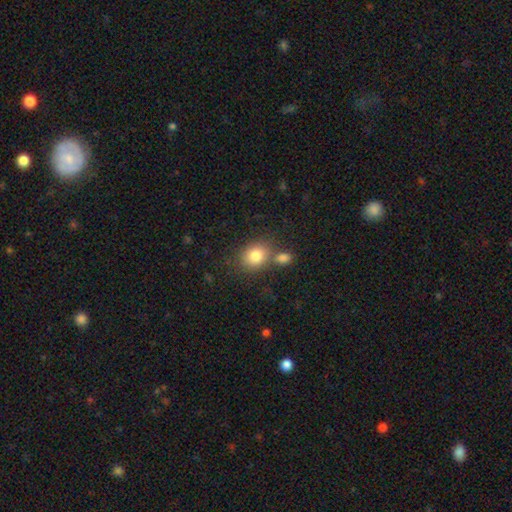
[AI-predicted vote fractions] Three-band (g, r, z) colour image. It shows a smooth galaxy with no disk features (82%) that is round (60%). Merging: none (61%).